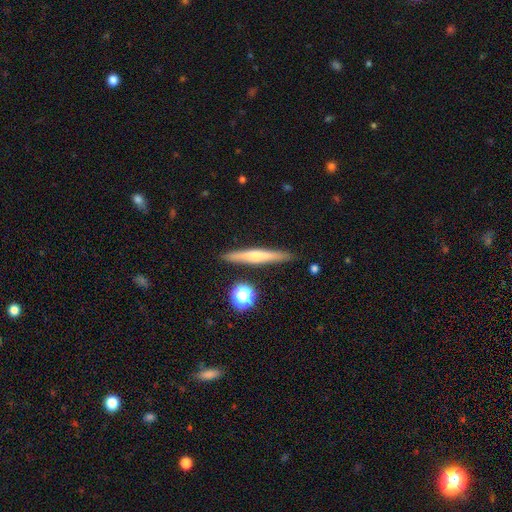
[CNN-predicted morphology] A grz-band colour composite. It shows a featured or disk galaxy (52%) viewed edge-on (95%). Merging: none (88%).